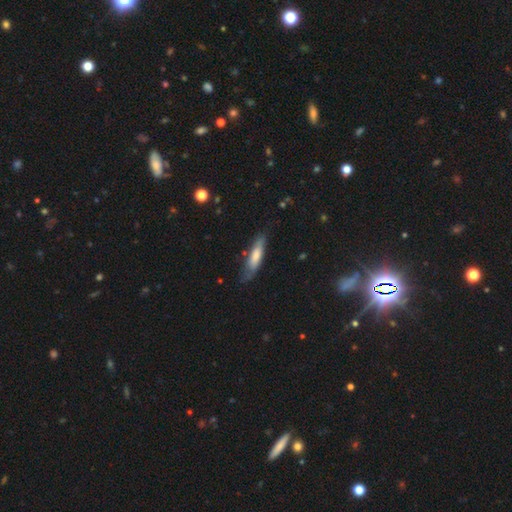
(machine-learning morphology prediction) Overall: smooth (66%; featured or disk 29%). How rounded: cigar-shaped (68%; in between 30%). Merging: none (66%).